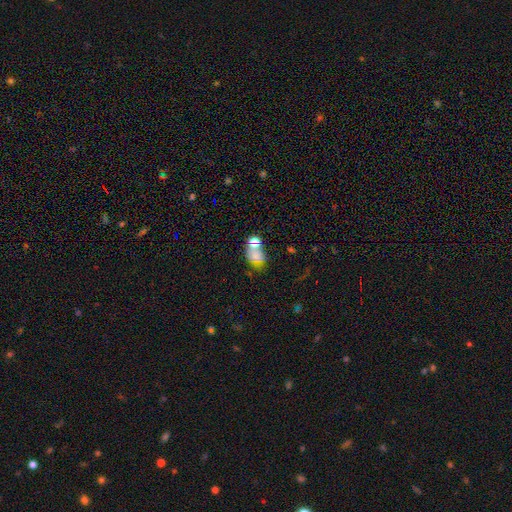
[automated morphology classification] smooth 62%, featured or disk 20%, star or artifact 18%. Down the decision tree: how rounded — in between (73%); merging — none (35%).